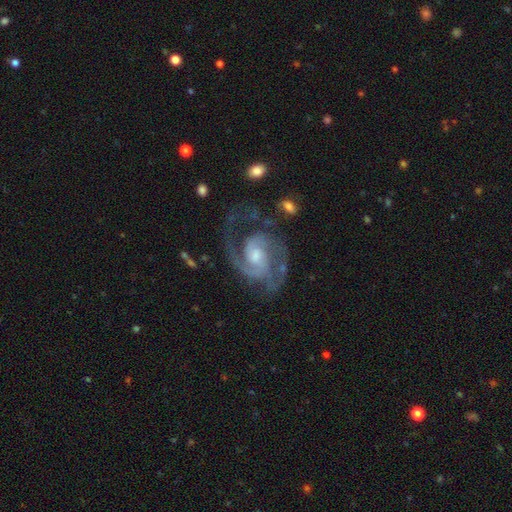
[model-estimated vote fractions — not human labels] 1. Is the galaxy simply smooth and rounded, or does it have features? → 92% featured or disk, 4% star or artifact, 4% smooth.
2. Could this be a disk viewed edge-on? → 98% no, 2% yes.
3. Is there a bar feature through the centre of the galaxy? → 51% no, 40% weak, 9% strong.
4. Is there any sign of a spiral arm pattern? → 98% yes, 2% no.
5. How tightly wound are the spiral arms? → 51% medium, 38% tight, 10% loose.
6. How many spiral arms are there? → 75% 2, 10% 3, 5% can't tell, 5% 1, 2% 4, 2% more than 4.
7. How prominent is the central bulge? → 51% moderate, 37% small, 6% large, 5% none, 1% dominant.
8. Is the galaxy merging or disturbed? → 66% none, 18% minor disturbance, 14% major disturbance, 2% merger.